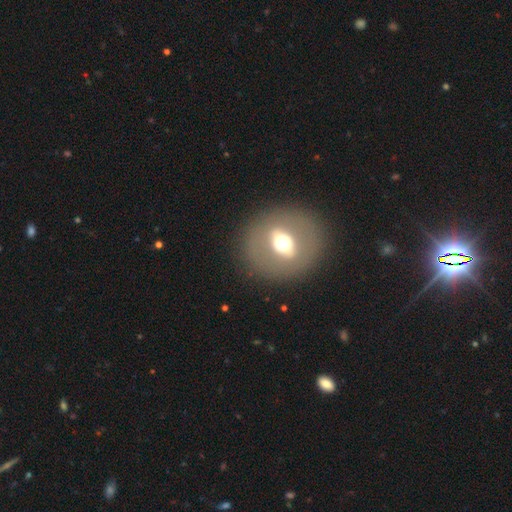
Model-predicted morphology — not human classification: Smooth or featured?
  - smooth: 42% * (tied)
  - featured or disk: 42% * (tied)
  - star or artifact: 16%
Merging?
  - none: 87% *
  - minor disturbance: 7%
  - major disturbance: 4%
  - merger: 2%